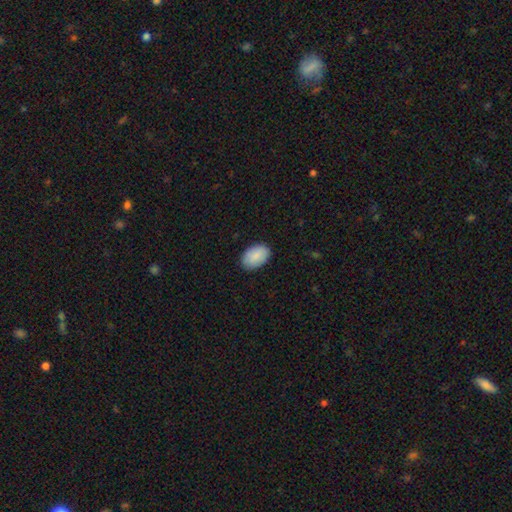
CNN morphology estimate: Smooth or featured? Predicted: smooth (p=0.89). How rounded? Predicted: in between (p=0.90). Merging? Predicted: none (p=0.87).